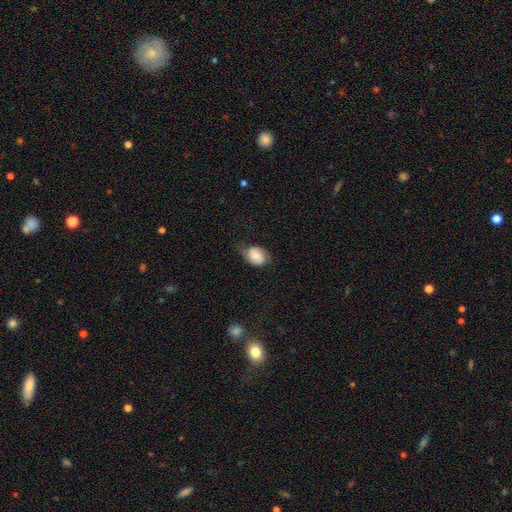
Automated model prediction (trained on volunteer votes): A smooth galaxy with no disk features (52%) that is in between round and cigar-shaped (71%). Merging: none (60%).